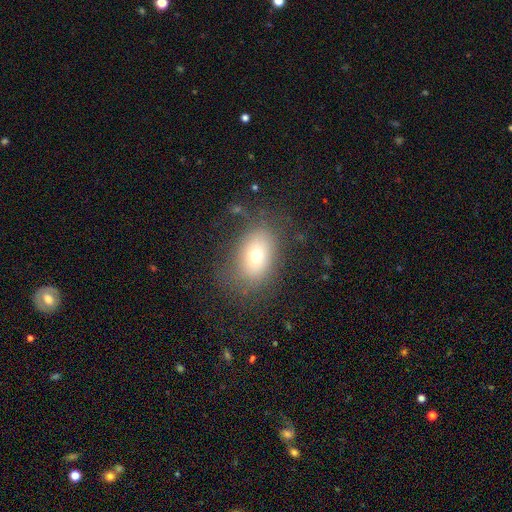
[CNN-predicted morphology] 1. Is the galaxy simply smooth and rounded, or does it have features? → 70% smooth, 18% featured or disk, 13% star or artifact.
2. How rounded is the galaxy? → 78% in between, 21% round, 1% cigar-shaped.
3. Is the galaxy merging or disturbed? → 73% none, 16% minor disturbance, 9% major disturbance, 2% merger.